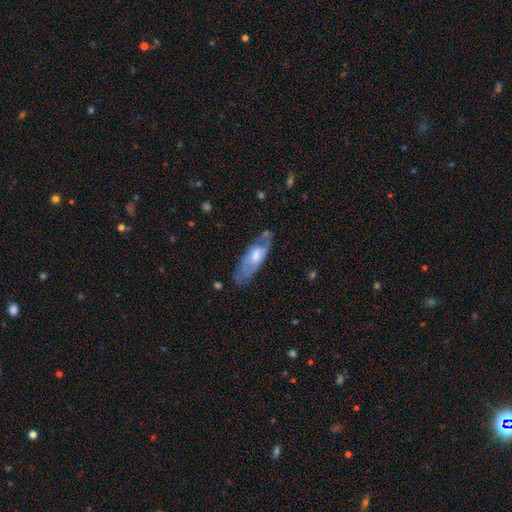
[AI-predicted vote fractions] featured or disk 56%, smooth 39%, star or artifact 6%. Down the decision tree: edge-on disk — no (72%); merging — none (65%).